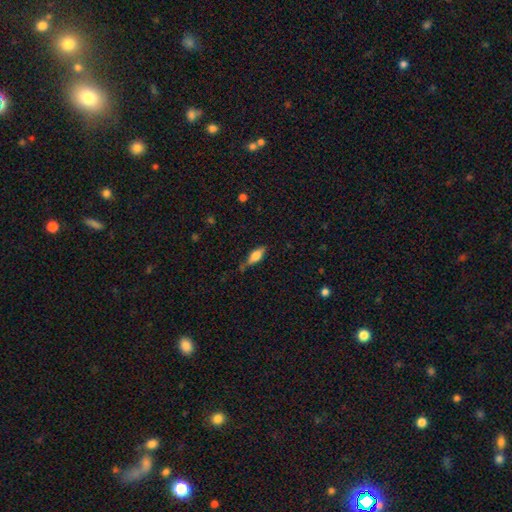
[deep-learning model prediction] Smooth or featured: smooth — 67% (featured or disk — 26%)
How rounded: in between — 70% (cigar-shaped — 27%)
Merging: none — 69% (minor disturbance — 22%)